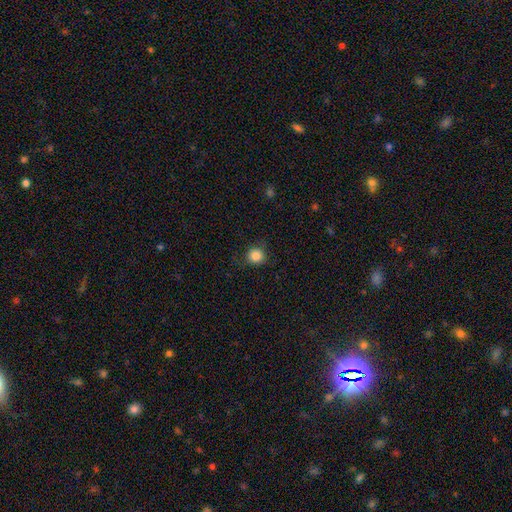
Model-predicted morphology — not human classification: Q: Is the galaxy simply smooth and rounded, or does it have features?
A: smooth — 85%.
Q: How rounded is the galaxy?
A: round — 90%.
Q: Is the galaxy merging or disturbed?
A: none — 83%.